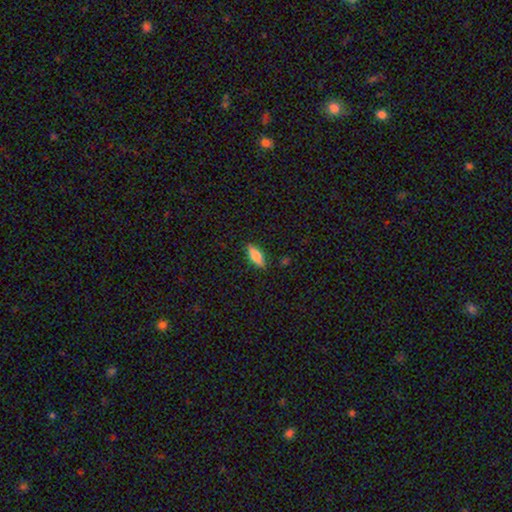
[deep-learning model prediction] Smooth or featured?
  - smooth: 78% *
  - featured or disk: 15%
  - star or artifact: 7%
How rounded?
  - in between: 78% *
  - cigar-shaped: 20%
  - round: 2%
Merging?
  - none: 85% *
  - minor disturbance: 11%
  - major disturbance: 2%
  - merger: 1%